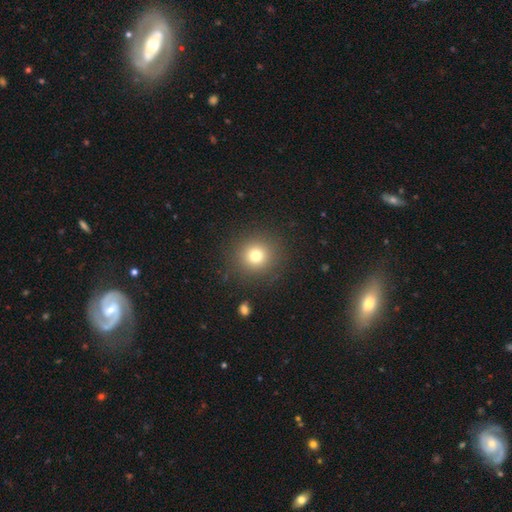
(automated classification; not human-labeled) Morphology: type=smooth (75%); roundness=round (93%); merging=none (89%).